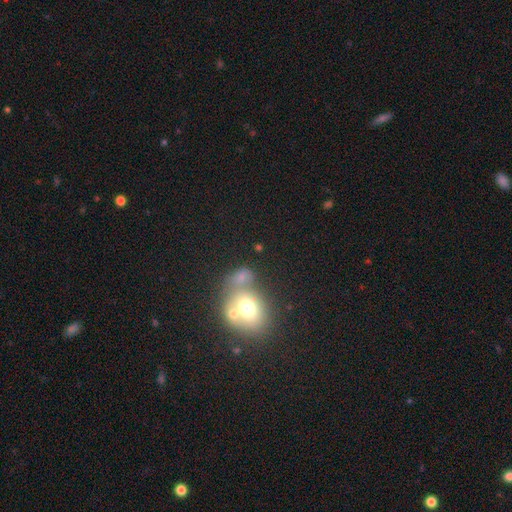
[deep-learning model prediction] Smooth or featured: smooth — 54% (featured or disk — 27%)
How rounded: round — 56% (in between — 43%)
Merging: merger — 50% (none — 33%)